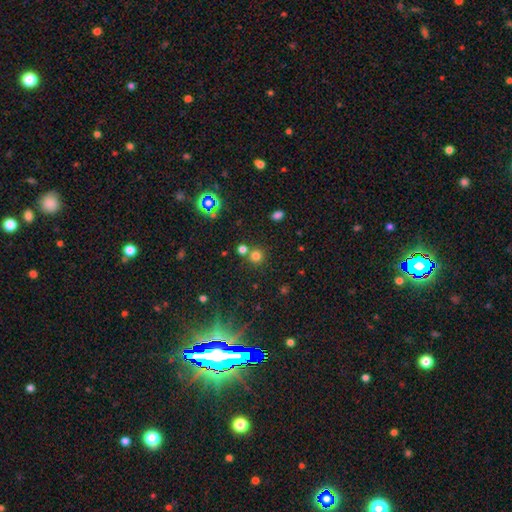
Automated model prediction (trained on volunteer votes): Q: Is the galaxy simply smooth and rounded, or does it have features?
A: smooth — 71%.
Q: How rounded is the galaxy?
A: round — 92%.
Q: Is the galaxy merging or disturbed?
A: none — 72%.